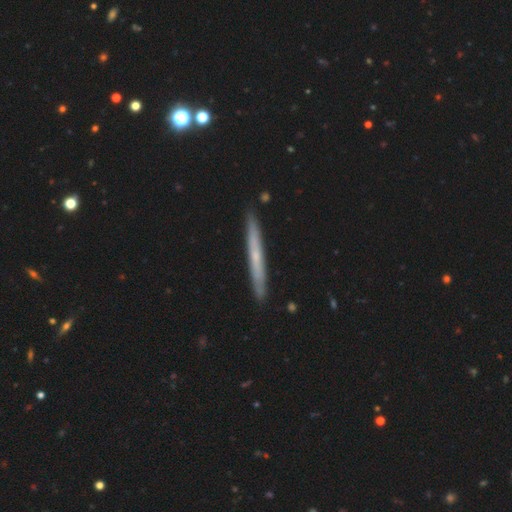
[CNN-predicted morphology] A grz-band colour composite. It shows a featured or disk galaxy (55%) viewed edge-on (94%) with no central bulge (69%). Merging: none (91%).